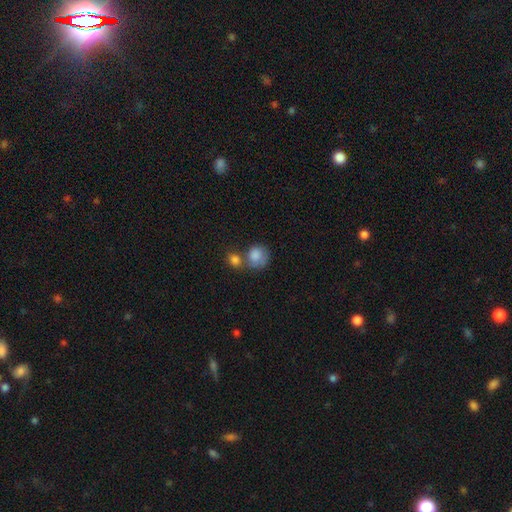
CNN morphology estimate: type=smooth (83%); roundness=round (76%); merging=merger (44%).